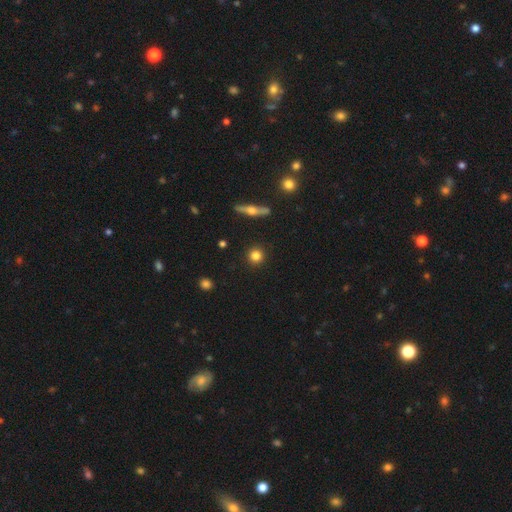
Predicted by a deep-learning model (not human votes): smooth_or_featured: smooth (p=0.82) [alt: star or artifact p=0.09]
how_rounded: round (p=0.93) [alt: in between p=0.05]
merging: none (p=0.91) [alt: minor disturbance p=0.05]